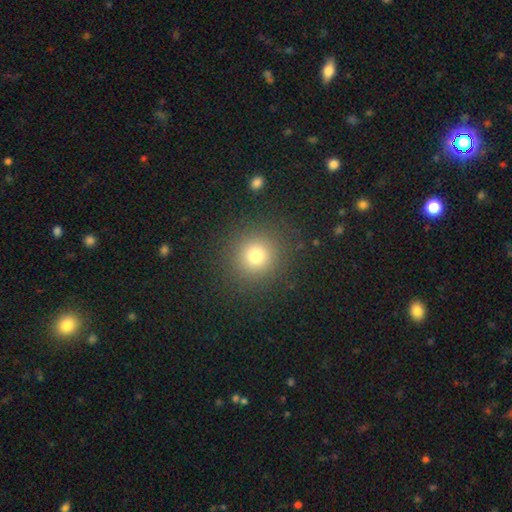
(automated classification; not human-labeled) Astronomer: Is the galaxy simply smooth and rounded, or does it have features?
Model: smooth — 76%.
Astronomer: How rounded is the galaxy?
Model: round — 92%.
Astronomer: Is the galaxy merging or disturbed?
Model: none — 88%.